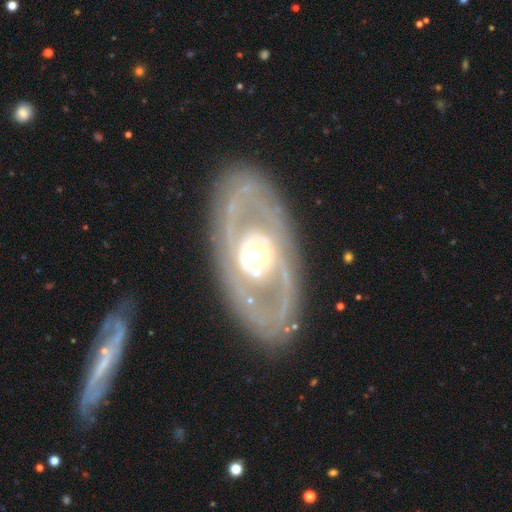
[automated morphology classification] smooth-or-featured: featured or disk: 82% | smooth: 13% | star or artifact: 5%
  disk-edge-on: no: 92% | yes: 8%
    bar: no: 69% | weak: 20% | strong: 10%
    has-spiral-arms: yes: 65% | no: 35%
    bulge-size: moderate: 65% | large: 20% | small: 11% | dominant: 2% | none: 1%
  merging: none: 83% | minor disturbance: 11% | major disturbance: 5% | merger: 2%